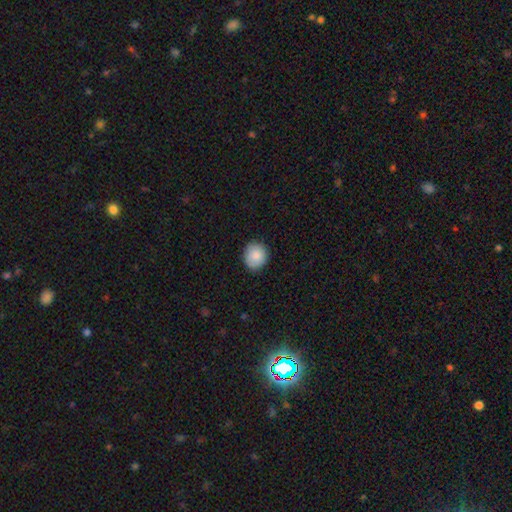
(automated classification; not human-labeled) smooth 87%, star or artifact 7%, featured or disk 6%. Down the decision tree: how rounded — round (80%); merging — none (86%).